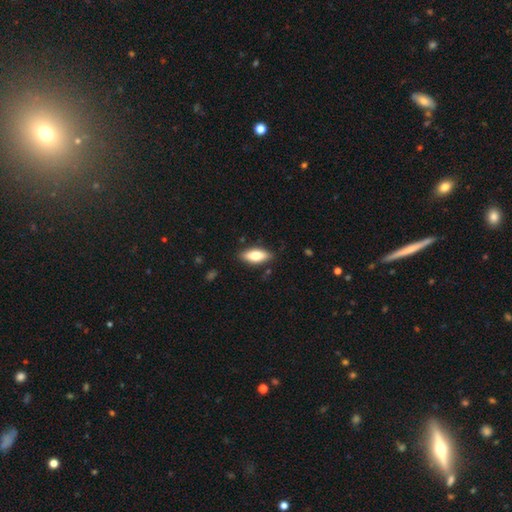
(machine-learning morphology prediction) This is likely a smooth galaxy (70%). How rounded: likely in between (77%). Merging: clearly none (86%).